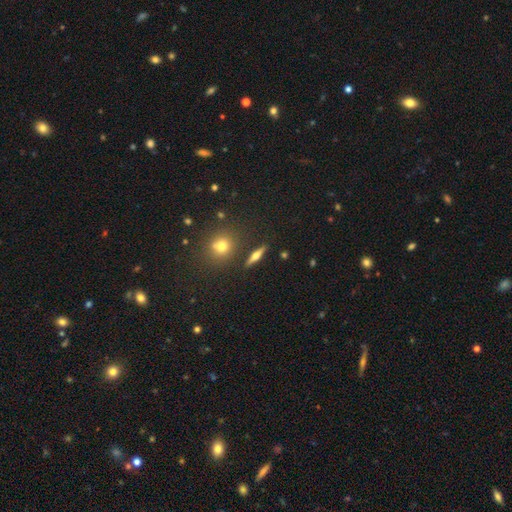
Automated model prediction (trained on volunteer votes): featured or disk 55%, smooth 34%, star or artifact 11%. Down the decision tree: edge-on disk — yes (93%); edge-on bulge — rounded (91%); merging — none (88%).